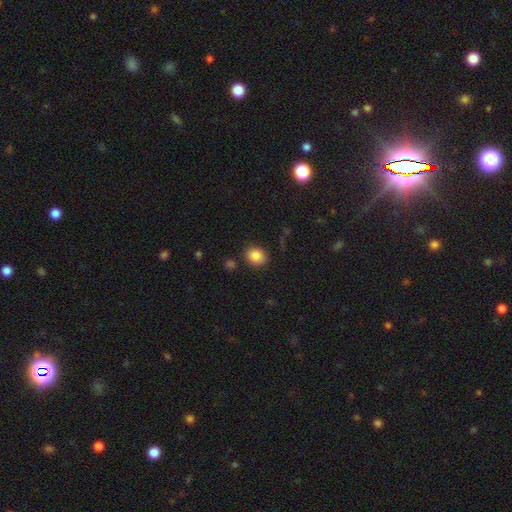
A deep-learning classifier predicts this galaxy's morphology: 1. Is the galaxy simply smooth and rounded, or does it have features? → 86% smooth, 9% star or artifact, 5% featured or disk.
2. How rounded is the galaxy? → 63% round, 36% in between, 1% cigar-shaped.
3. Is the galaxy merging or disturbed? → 84% none, 10% minor disturbance, 3% merger, 3% major disturbance.